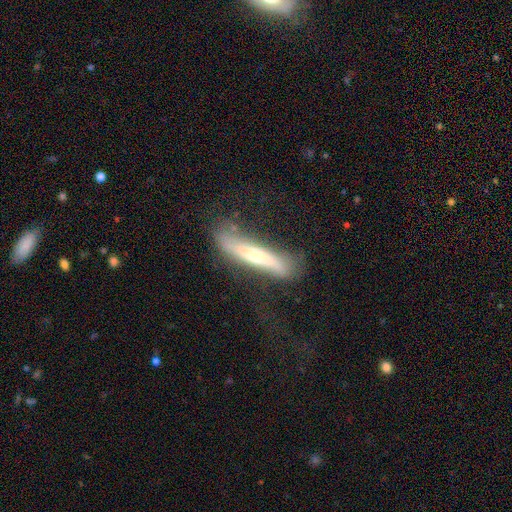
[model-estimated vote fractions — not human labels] This appears to be a featured or disk galaxy (51%) viewed edge-on (69%). Merging: none (59%).